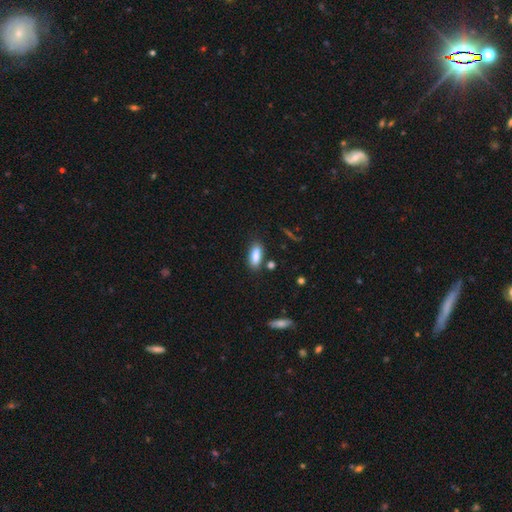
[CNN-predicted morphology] A smooth galaxy with no disk features (86%) that is in between round and cigar-shaped (77%). Merging: none (80%).